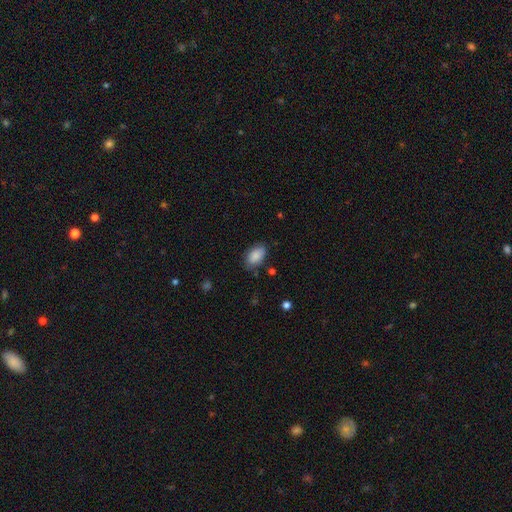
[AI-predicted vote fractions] Smooth or featured?
  - smooth: 87% *
  - star or artifact: 7%
  - featured or disk: 6%
How rounded?
  - in between: 92% *
  - round: 6%
  - cigar-shaped: 2%
Merging?
  - none: 79% *
  - minor disturbance: 16%
  - major disturbance: 3%
  - merger: 2%